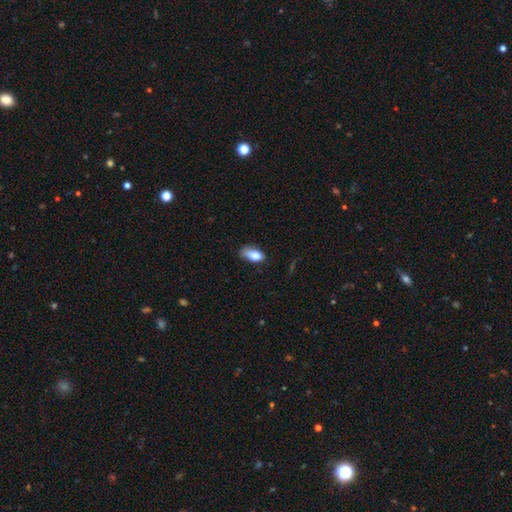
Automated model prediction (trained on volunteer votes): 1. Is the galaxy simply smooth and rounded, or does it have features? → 81% smooth, 11% featured or disk, 8% star or artifact.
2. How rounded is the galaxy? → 88% in between, 7% cigar-shaped, 5% round.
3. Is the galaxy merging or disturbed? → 41% none, 38% minor disturbance, 17% major disturbance, 3% merger.